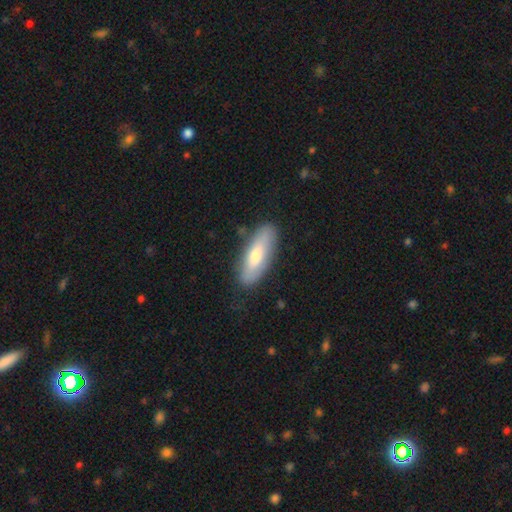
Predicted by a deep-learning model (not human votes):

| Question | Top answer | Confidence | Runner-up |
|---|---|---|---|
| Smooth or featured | smooth | 66% | featured or disk (28%) |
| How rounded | in between | 62% | cigar-shaped (36%) |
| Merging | none | 81% | minor disturbance (14%) |